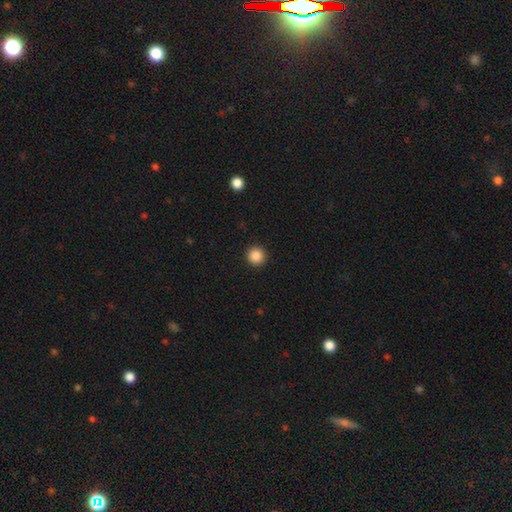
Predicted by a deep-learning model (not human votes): Smooth or featured?
  - smooth: 87% *
  - star or artifact: 10%
  - featured or disk: 3%
How rounded?
  - round: 96% *
  - in between: 3%
  - cigar-shaped: 1%
Merging?
  - none: 93% *
  - minor disturbance: 4%
  - major disturbance: 2%
  - merger: 1%